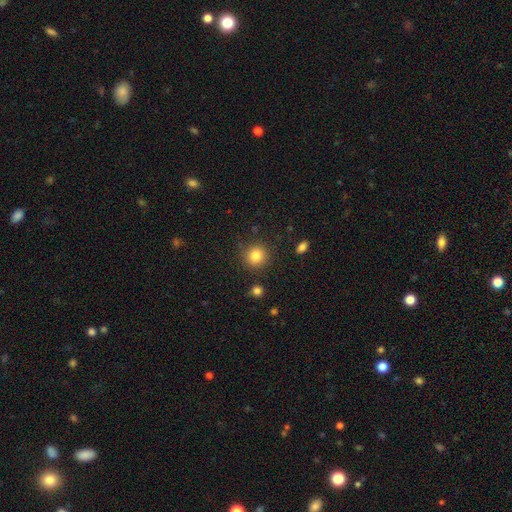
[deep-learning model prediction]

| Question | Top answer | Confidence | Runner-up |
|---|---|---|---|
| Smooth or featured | smooth | 84% | star or artifact (10%) |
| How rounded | round | 91% | in between (8%) |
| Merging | none | 87% | minor disturbance (8%) |